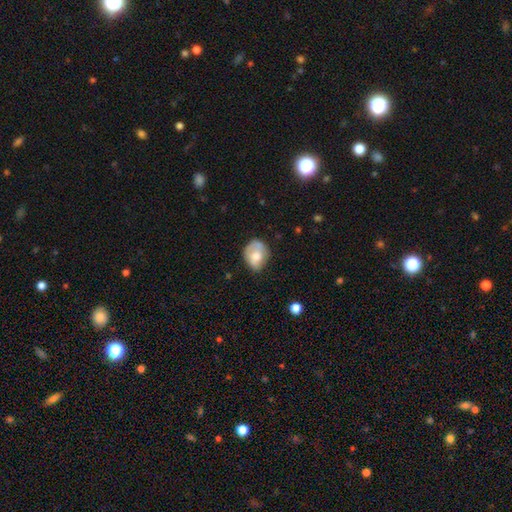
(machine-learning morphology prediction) type=smooth (64%); roundness=in between (59%); merging=none (54%).